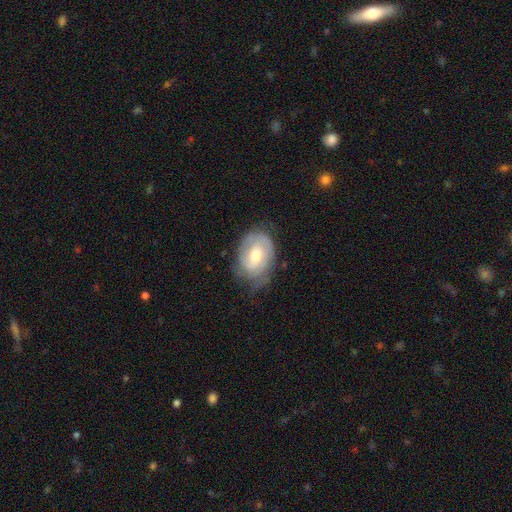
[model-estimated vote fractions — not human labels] This appears to be a featured or disk galaxy (64%) with no bar (52%), spiral arms (80%) and a moderate central bulge (68%). Merging: none (60%).